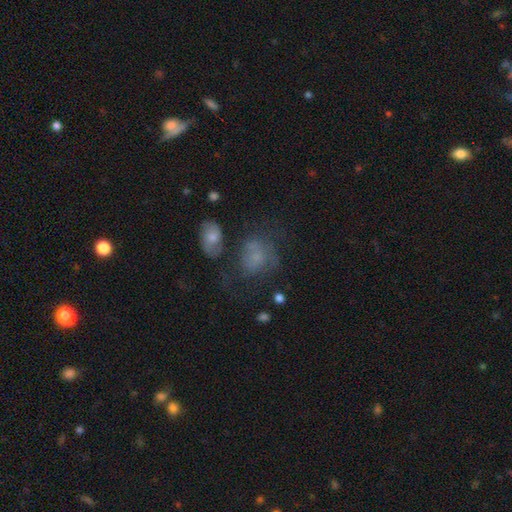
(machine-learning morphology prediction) smooth 52%, featured or disk 31%, star or artifact 17%. Down the decision tree: how rounded — round (50%); merging — none (37%).